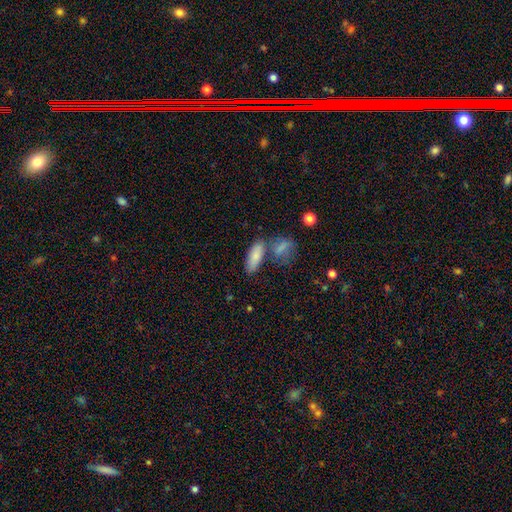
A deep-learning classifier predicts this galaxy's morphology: smooth 81%, featured or disk 12%, star or artifact 8%. Down the decision tree: how rounded — in between (70%); merging — none (53%).